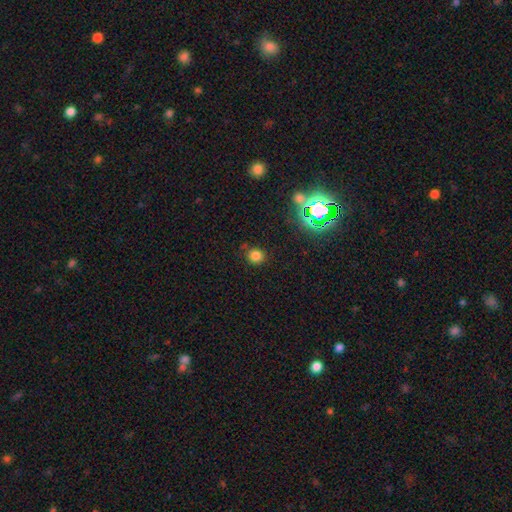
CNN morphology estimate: Smooth or featured?
  - smooth: 75% *
  - star or artifact: 19%
  - featured or disk: 6%
How rounded?
  - round: 88% *
  - in between: 11%
  - cigar-shaped: 1%
Merging?
  - none: 83% *
  - minor disturbance: 11%
  - major disturbance: 3%
  - merger: 3%